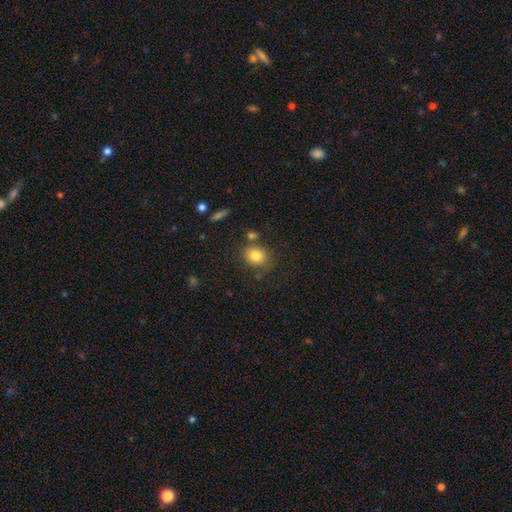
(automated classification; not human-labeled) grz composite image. It shows a smooth galaxy with no disk features (82%) that is round (66%). Merging: none (74%).